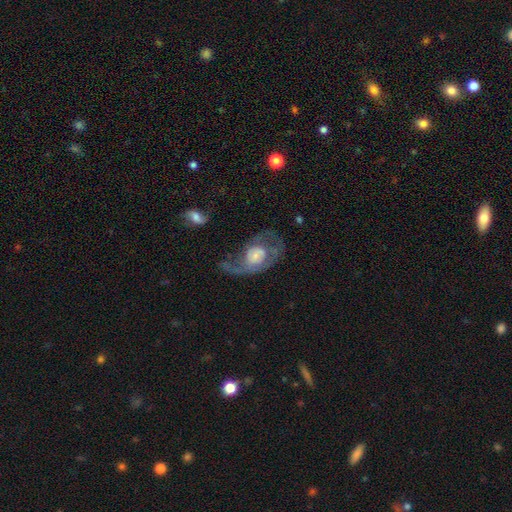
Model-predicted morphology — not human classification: featured or disk 71%, smooth 22%, star or artifact 7%. Down the decision tree: edge-on disk — no (96%); bar — no (72%); spiral arms — yes (75%); spiral arm count — 2 (49%); spiral winding — medium (39%); bulge size — small (42%); merging — major disturbance (43%).